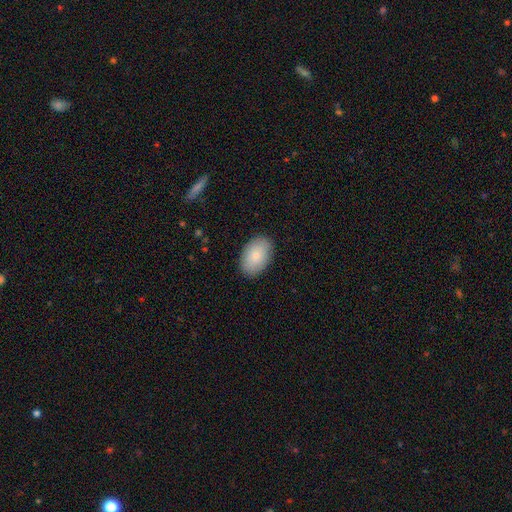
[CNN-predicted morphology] Overall: smooth (87%). How rounded: in between (92%). Merging: none (88%).